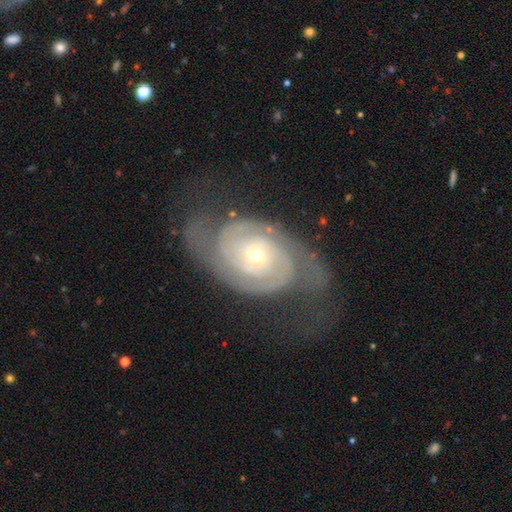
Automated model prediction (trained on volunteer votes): Q: Smooth or featured?
A: featured or disk (91%); runner-up: star or artifact (5%)
Q: Edge-on disk?
A: no (97%); runner-up: yes (3%)
Q: Bar?
A: no (74%); runner-up: weak (18%)
Q: Spiral arms?
A: yes (98%); runner-up: no (2%)
Q: Spiral winding?
A: tight (65%); runner-up: medium (28%)
Q: Spiral arm count?
A: 2 (81%); runner-up: can't tell (6%)
Q: Bulge size?
A: small (70%); runner-up: moderate (27%)
Q: Merging?
A: none (68%); runner-up: minor disturbance (17%)